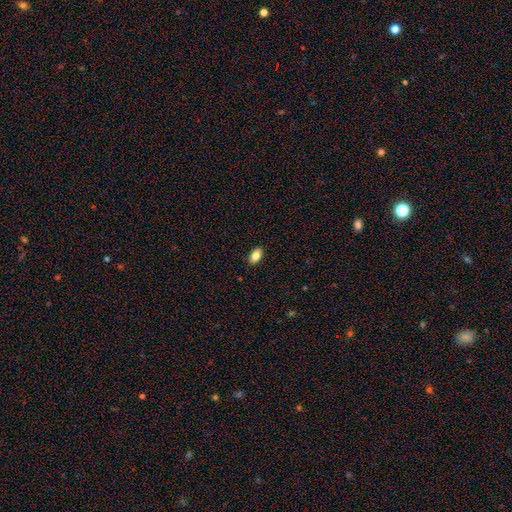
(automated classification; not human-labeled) A smooth galaxy with no disk features (84%) that is in between round and cigar-shaped (90%). Merging: none (89%).